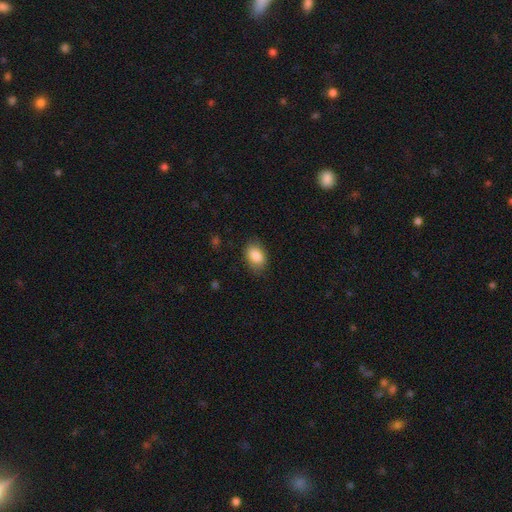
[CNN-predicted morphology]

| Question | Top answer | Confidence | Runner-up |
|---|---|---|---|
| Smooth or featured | smooth | 87% | star or artifact (7%) |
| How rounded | in between | 84% | round (15%) |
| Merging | none | 79% | minor disturbance (16%) |